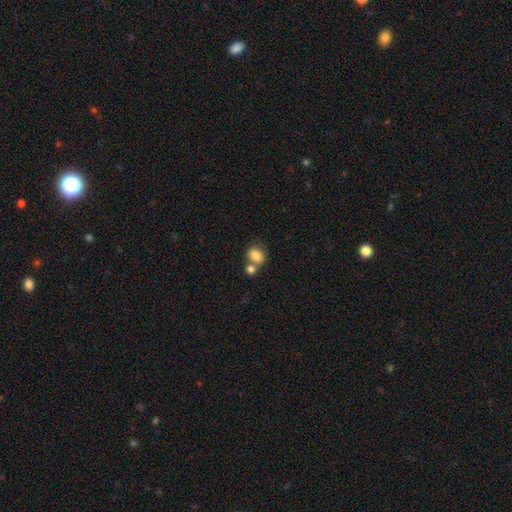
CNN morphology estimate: A smooth galaxy with no disk features (83%) that is in between round and cigar-shaped (52%).

Vote fractions:
- Smooth or featured? smooth: 83% / star or artifact: 9% / featured or disk: 8%
- How rounded? in between: 52% / round: 47% / cigar-shaped: 1%
- Merging? merger: 43% / none: 41% / minor disturbance: 11% / major disturbance: 5%